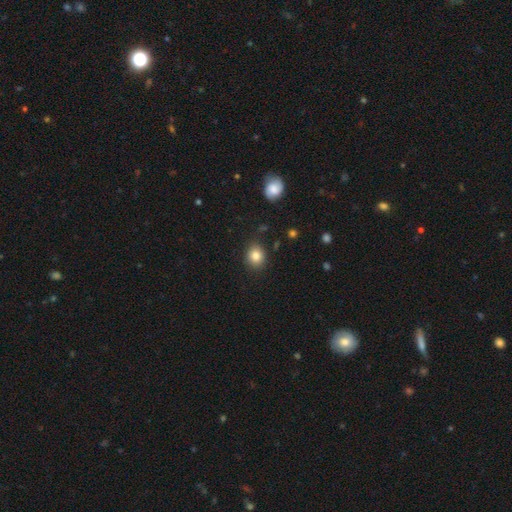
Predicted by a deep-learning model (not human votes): A smooth galaxy with no disk features (84%) that is round (71%).

Vote fractions:
- Smooth or featured? smooth: 84% / star or artifact: 10% / featured or disk: 6%
- How rounded? round: 71% / in between: 28% / cigar-shaped: 1%
- Merging? none: 86% / minor disturbance: 10% / major disturbance: 3% / merger: 2%